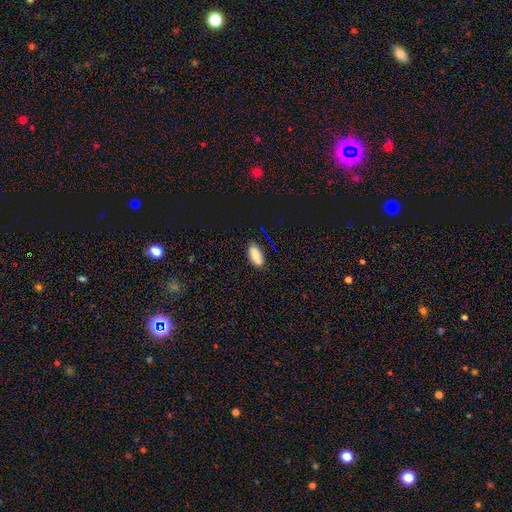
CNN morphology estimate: A smooth galaxy with no disk features (79%) that is in between round and cigar-shaped (90%).

Vote fractions:
- Smooth or featured? smooth: 79% / featured or disk: 11% / star or artifact: 10%
- How rounded? in between: 90% / cigar-shaped: 7% / round: 3%
- Merging? none: 82% / minor disturbance: 14% / major disturbance: 3% / merger: 1%